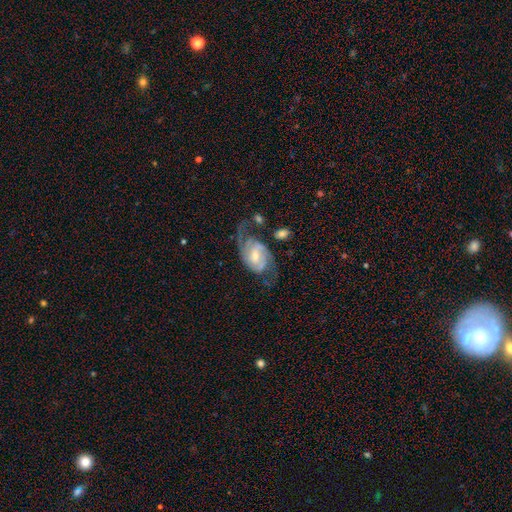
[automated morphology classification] Smooth or featured? Predicted: featured or disk (p=0.84). Edge-on disk? Predicted: no (p=0.97). Bar? Predicted: weak (p=0.45). Spiral arms? Predicted: yes (p=0.95). Spiral winding? Predicted: medium (p=0.46). Spiral arm count? Predicted: 2 (p=0.84). Bulge size? Predicted: moderate (p=0.49). Merging? Predicted: none (p=0.53).